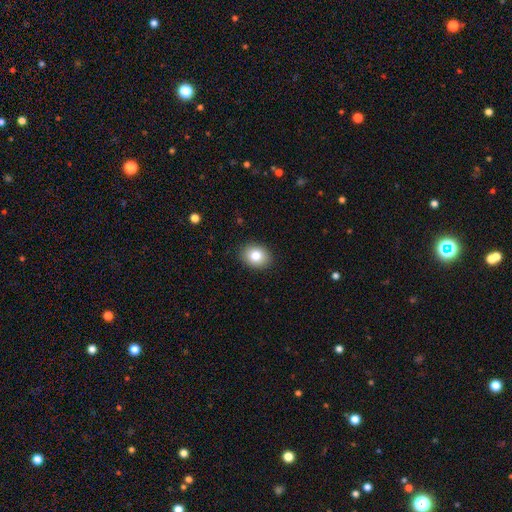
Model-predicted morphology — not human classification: Overall: smooth (81%). How rounded: in between (51%; round 48%). Merging: none (90%).